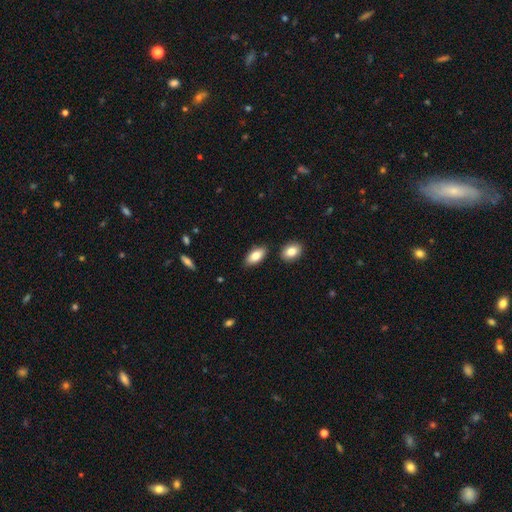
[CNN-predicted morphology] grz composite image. It shows a smooth galaxy with no disk features (83%) that is in between round and cigar-shaped (91%). Merging: none (84%).